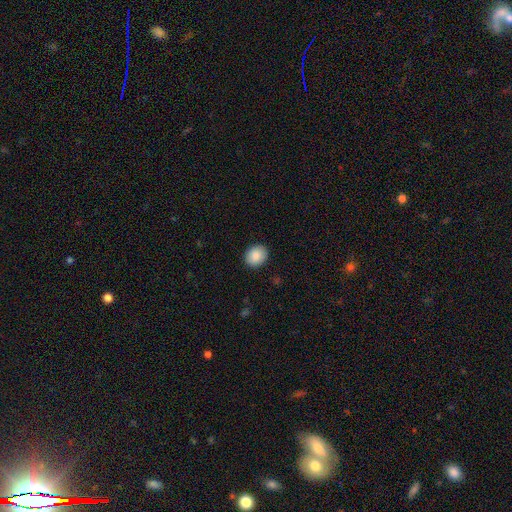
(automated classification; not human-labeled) Smooth or featured? smooth (89%)
How rounded? round (61%)
Merging? none (90%)